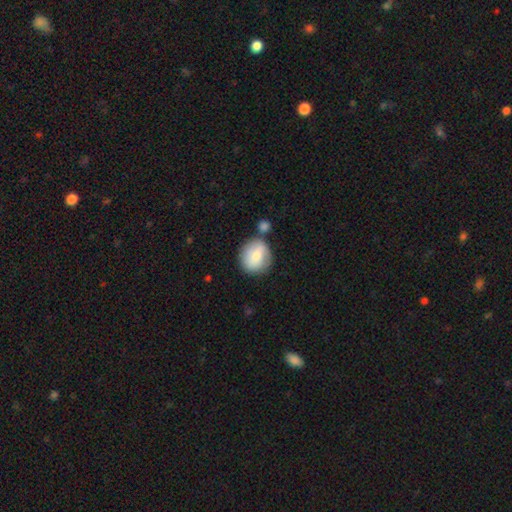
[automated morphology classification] smooth 70%, featured or disk 23%, star or artifact 7%. Down the decision tree: how rounded — round (86%); merging — none (63%).